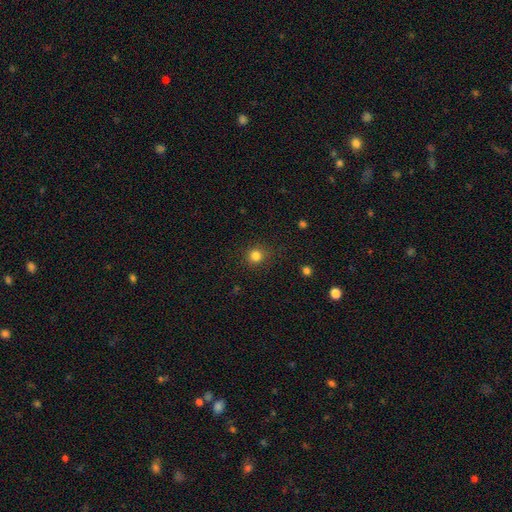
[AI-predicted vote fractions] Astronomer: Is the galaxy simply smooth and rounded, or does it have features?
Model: smooth — 82%.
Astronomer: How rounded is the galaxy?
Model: round — 90%.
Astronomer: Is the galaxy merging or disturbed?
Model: none — 87%.